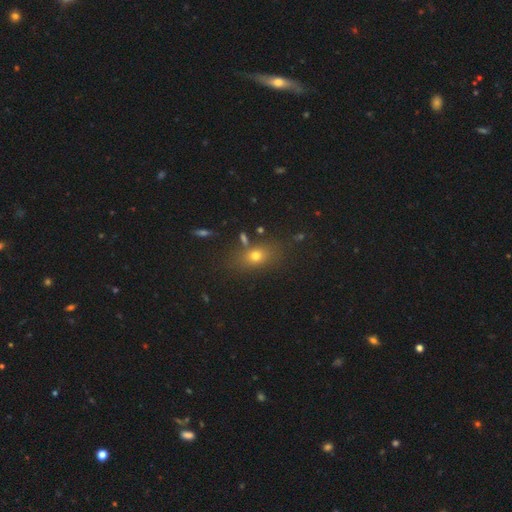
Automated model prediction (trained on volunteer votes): Q: Smooth or featured?
A: smooth (69%); runner-up: star or artifact (16%)
Q: How rounded?
A: in between (66%); runner-up: round (29%)
Q: Merging?
A: none (75%); runner-up: minor disturbance (13%)